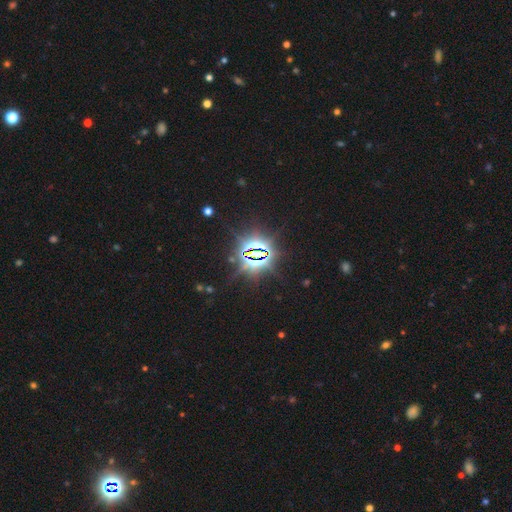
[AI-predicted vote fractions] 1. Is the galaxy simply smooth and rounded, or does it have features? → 84% star or artifact, 9% smooth, 7% featured or disk.